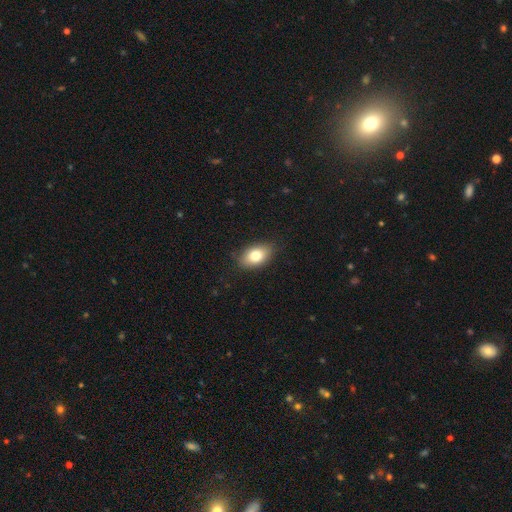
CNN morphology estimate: smooth 79%, featured or disk 13%, star or artifact 8%. Down the decision tree: how rounded — in between (88%); merging — none (84%).